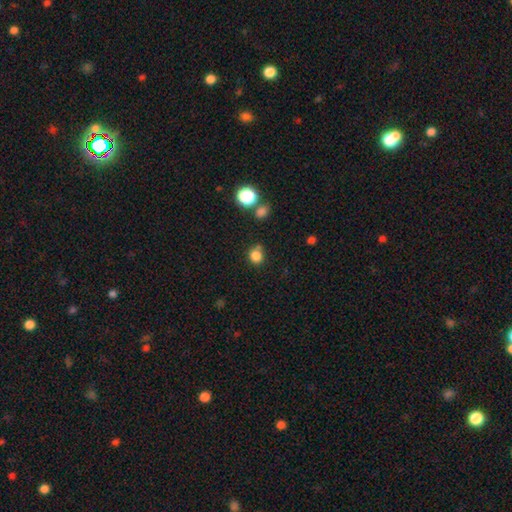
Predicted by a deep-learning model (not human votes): smooth_or_featured: smooth (p=0.82) [alt: star or artifact p=0.13]
how_rounded: round (p=0.82) [alt: in between p=0.17]
merging: none (p=0.67) [alt: minor disturbance p=0.16]